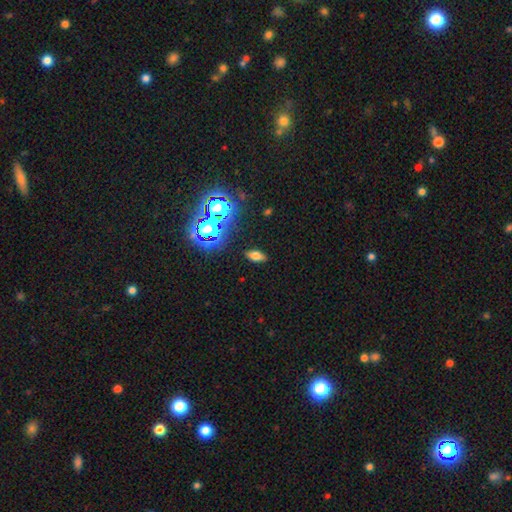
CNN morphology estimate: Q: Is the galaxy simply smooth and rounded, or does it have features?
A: smooth — 62%.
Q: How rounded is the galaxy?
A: in between — 76%.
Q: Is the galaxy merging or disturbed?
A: none — 87%.